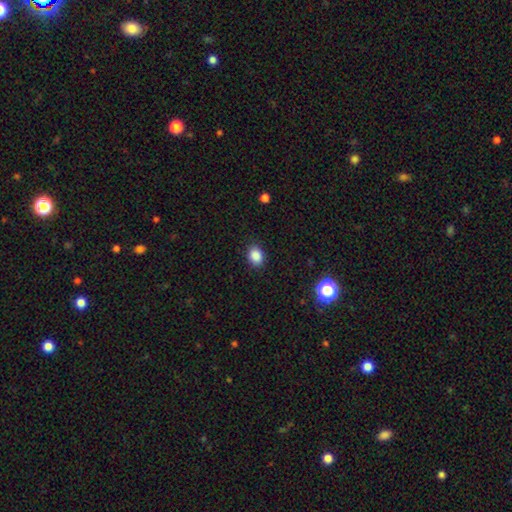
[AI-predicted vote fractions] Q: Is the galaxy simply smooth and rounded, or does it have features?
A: smooth — 87%.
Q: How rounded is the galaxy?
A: in between — 60%.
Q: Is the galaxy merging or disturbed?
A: none — 87%.